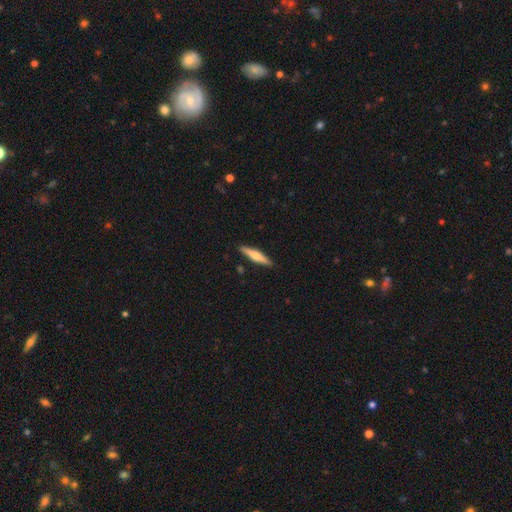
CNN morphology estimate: smooth-or-featured: smooth: 49% | featured or disk: 46% | star or artifact: 5%
  merging: none: 90% | minor disturbance: 7% | major disturbance: 2% | merger: 1%